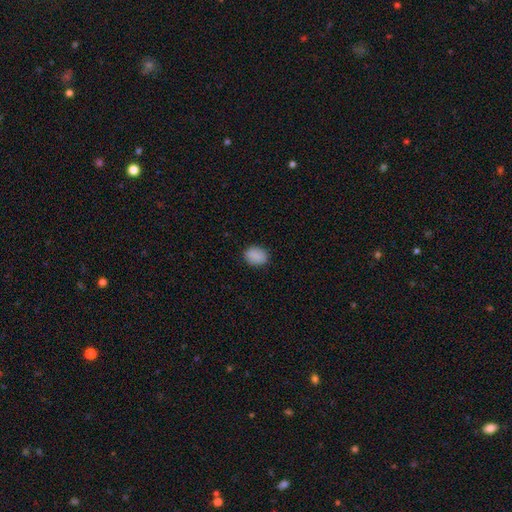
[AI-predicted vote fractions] A smooth galaxy with no disk features (88%) that is in between round and cigar-shaped (60%).

Vote fractions:
- Smooth or featured? smooth: 88% / star or artifact: 8% / featured or disk: 4%
- How rounded? in between: 60% / round: 38% / cigar-shaped: 1%
- Merging? none: 86% / minor disturbance: 10% / major disturbance: 2% / merger: 1%